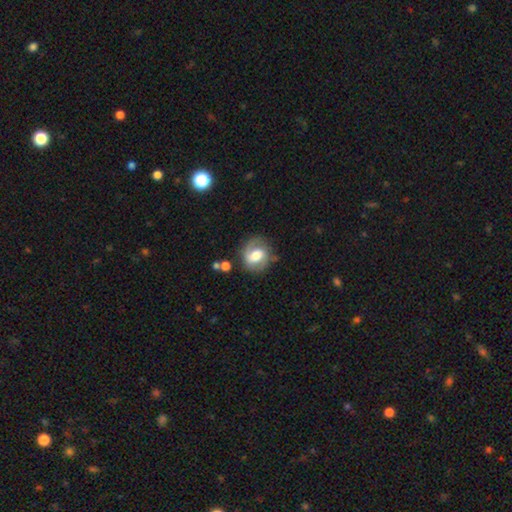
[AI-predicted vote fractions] featured or disk 53%, smooth 39%, star or artifact 8%. Down the decision tree: edge-on disk — no (97%); bar — weak (46%); spiral arms — yes (77%); bulge size — moderate (57%); merging — none (72%).